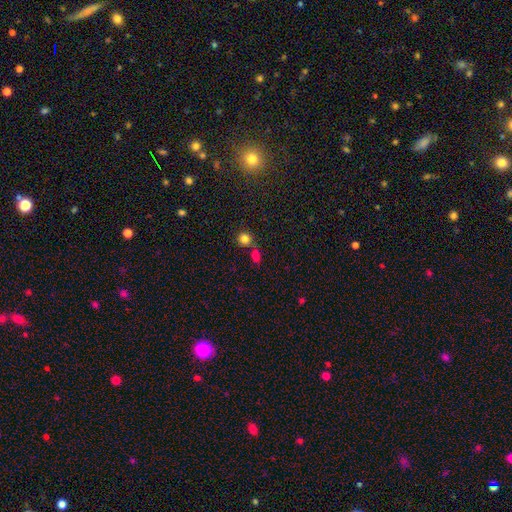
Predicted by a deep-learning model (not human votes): Smooth or featured?
  - smooth: 77% *
  - star or artifact: 16%
  - featured or disk: 7%
How rounded?
  - round: 59% *
  - in between: 39%
  - cigar-shaped: 2%
Merging?
  - none: 53% *
  - merger: 33%
  - minor disturbance: 10%
  - major disturbance: 4%